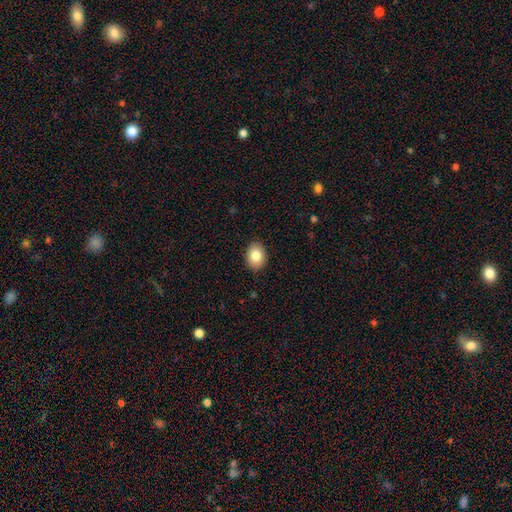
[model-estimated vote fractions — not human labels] smooth-or-featured: smooth: 84% | star or artifact: 8% | featured or disk: 8%
  how-rounded: in between: 68% | round: 31% | cigar-shaped: 1%
  merging: none: 89% | minor disturbance: 9% | major disturbance: 2% | merger: 1%